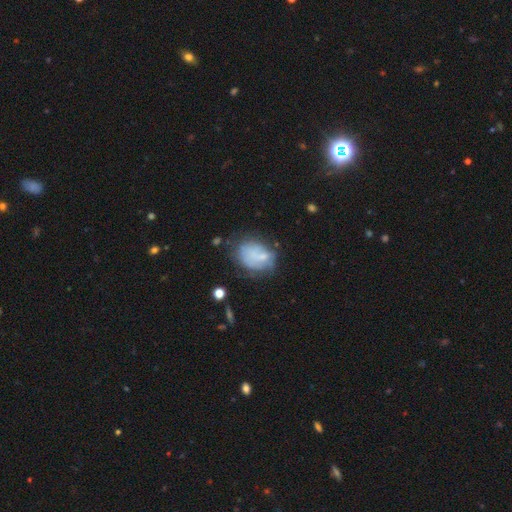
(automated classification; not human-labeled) Smooth or featured?
  - smooth: 53% *
  - featured or disk: 36%
  - star or artifact: 11%
How rounded?
  - in between: 66% *
  - round: 32%
  - cigar-shaped: 1%
Merging?
  - none: 44% *
  - minor disturbance: 30%
  - major disturbance: 20%
  - merger: 7%